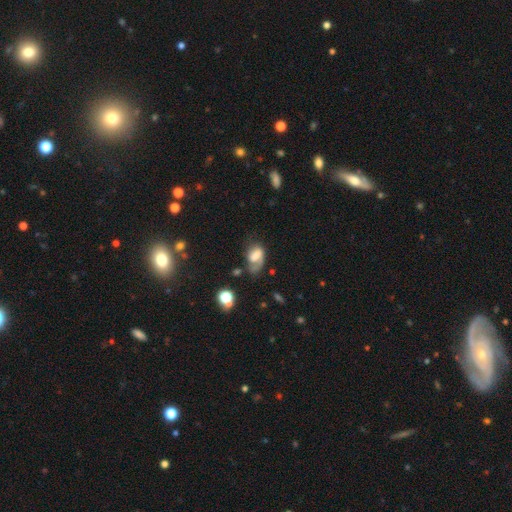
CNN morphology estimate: This appears to be a featured or disk galaxy (45%). Merging: none (35%).